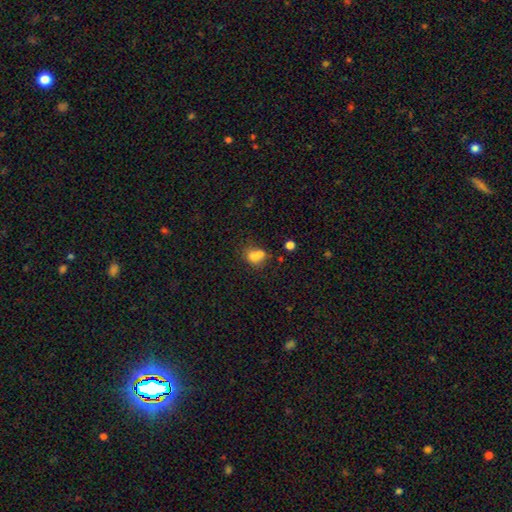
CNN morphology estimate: type=smooth (72%); roundness=in between (52%); merging=merger (50%).